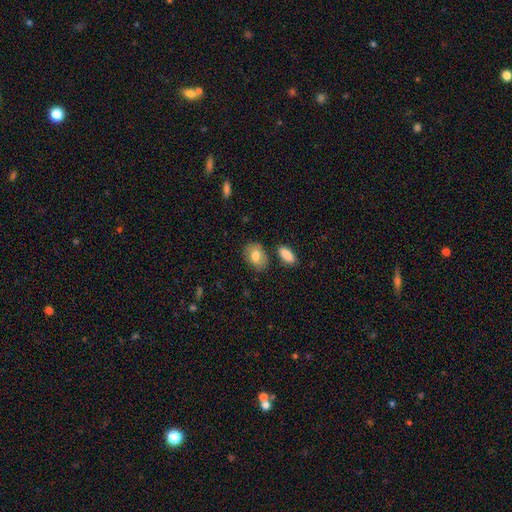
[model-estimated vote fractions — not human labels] The model was most divided on "merging": none: 72%, minor disturbance: 17%, merger: 6%, major disturbance: 4%. More confident: how rounded — in between (81%); smooth or featured — smooth (76%).